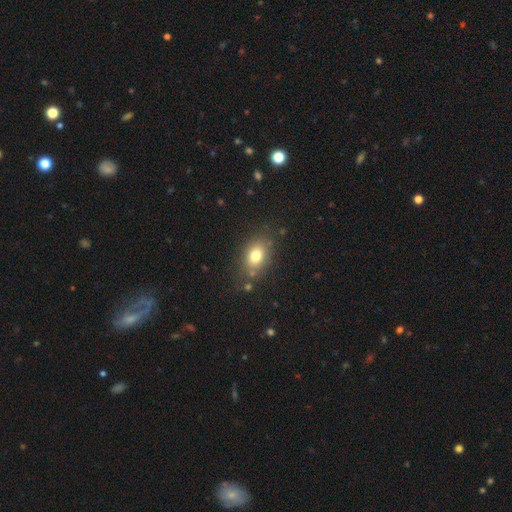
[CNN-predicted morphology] type=smooth (77%); roundness=in between (71%); merging=none (77%).